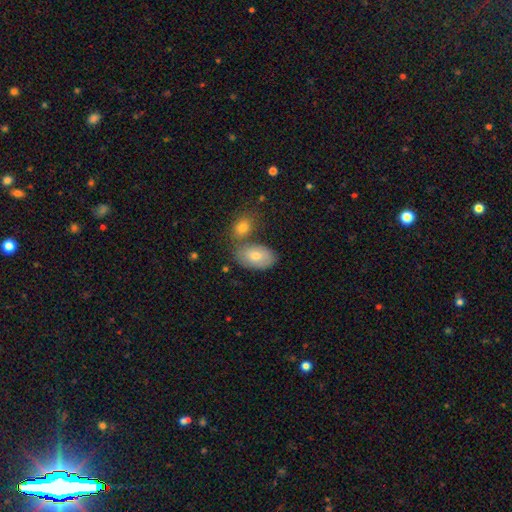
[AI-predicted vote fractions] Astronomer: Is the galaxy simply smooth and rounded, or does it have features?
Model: smooth — 73%.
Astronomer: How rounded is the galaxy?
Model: in between — 91%.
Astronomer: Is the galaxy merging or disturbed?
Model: none — 53% (runner-up: merger, 31%).